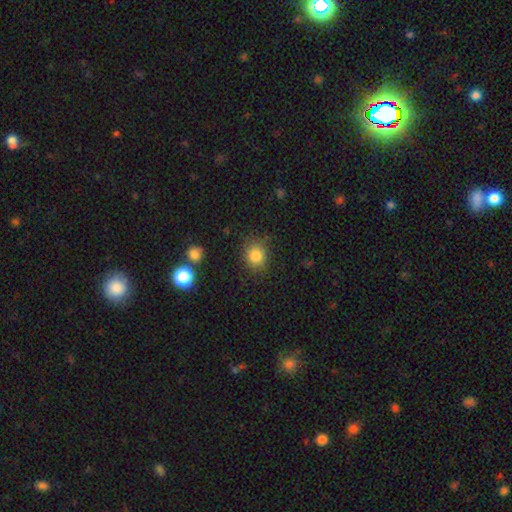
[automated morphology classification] Smooth or featured?
  - smooth: 84% *
  - star or artifact: 11%
  - featured or disk: 5%
How rounded?
  - round: 78% *
  - in between: 21%
  - cigar-shaped: 1%
Merging?
  - none: 82% *
  - minor disturbance: 12%
  - major disturbance: 4%
  - merger: 2%